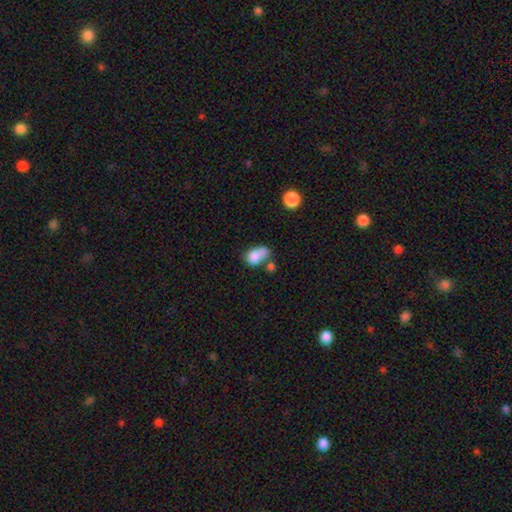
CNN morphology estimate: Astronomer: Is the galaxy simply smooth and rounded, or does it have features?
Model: smooth — 78%.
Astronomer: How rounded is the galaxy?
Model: in between — 78%.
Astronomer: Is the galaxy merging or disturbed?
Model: merger — 44% (runner-up: none, 25%).